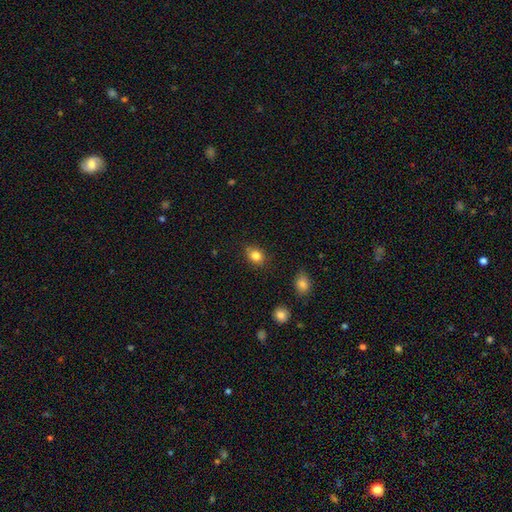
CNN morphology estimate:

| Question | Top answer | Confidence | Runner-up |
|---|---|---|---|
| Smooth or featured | smooth | 83% | star or artifact (10%) |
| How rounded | in between | 51% | round (47%) |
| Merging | none | 80% | minor disturbance (15%) |